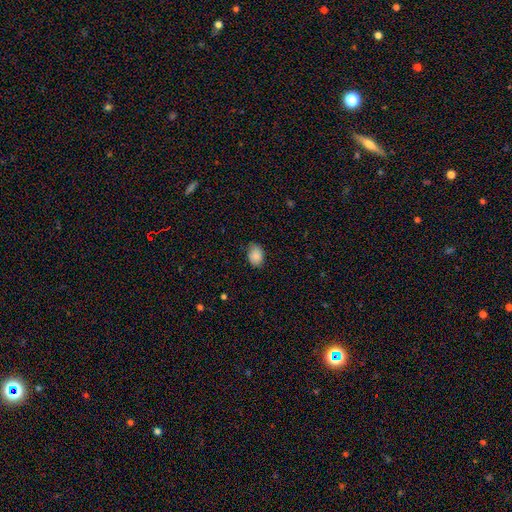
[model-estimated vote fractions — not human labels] Smooth or featured? Predicted: smooth (p=0.85). How rounded? Predicted: in between (p=0.76). Merging? Predicted: none (p=0.69).